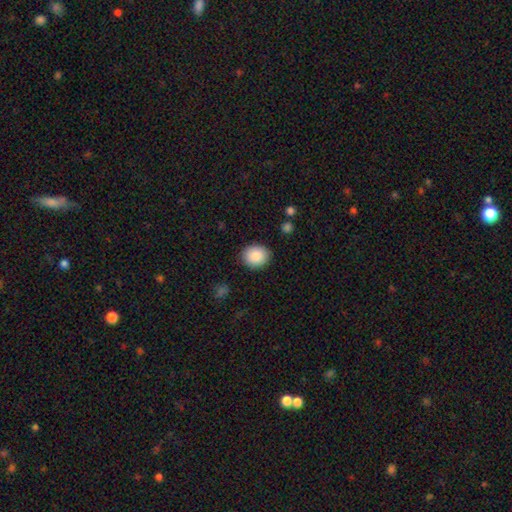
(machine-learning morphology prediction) Smooth or featured? Predicted: smooth (p=0.88). How rounded? Predicted: round (p=0.70). Merging? Predicted: none (p=0.88).